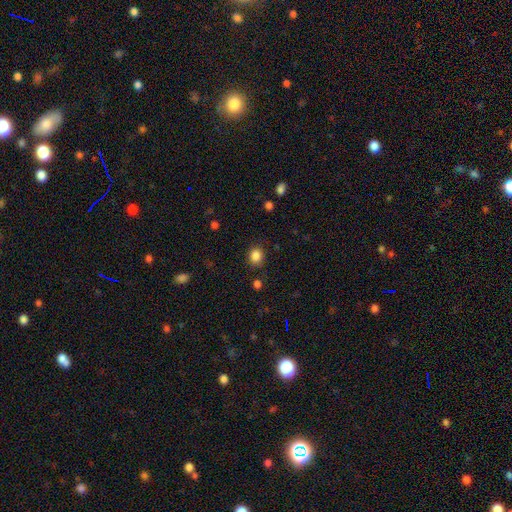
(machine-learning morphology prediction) Smooth or featured? Predicted: smooth (p=0.85). How rounded? Predicted: round (p=0.70). Merging? Predicted: none (p=0.83).